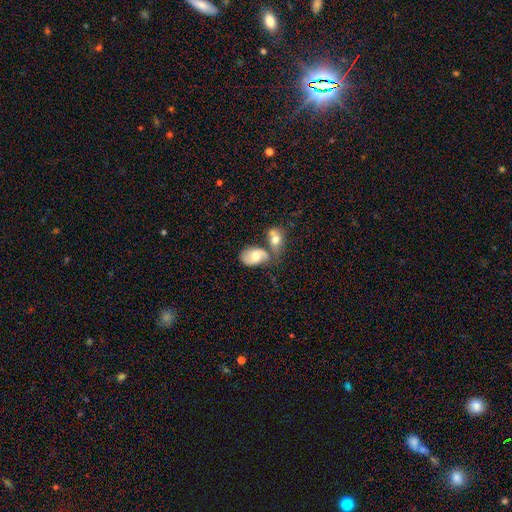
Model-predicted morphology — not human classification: A smooth galaxy with no disk features (50%).

Vote fractions:
- Smooth or featured? smooth: 50% / featured or disk: 43% / star or artifact: 7%
- Merging? merger: 44% / none: 32% / minor disturbance: 16% / major disturbance: 8%